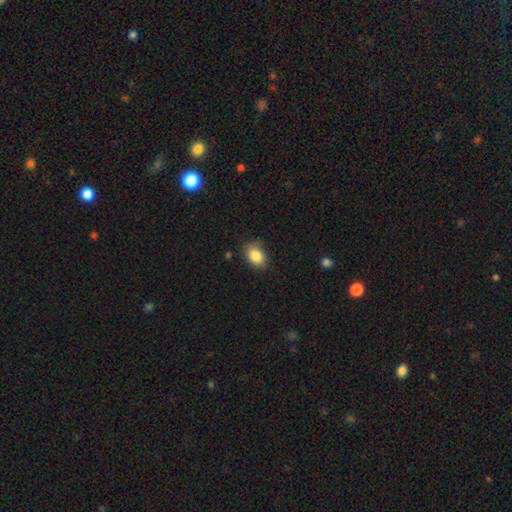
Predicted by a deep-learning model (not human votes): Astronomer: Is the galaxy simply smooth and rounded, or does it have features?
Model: smooth — 85%.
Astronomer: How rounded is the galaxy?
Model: in between — 75%.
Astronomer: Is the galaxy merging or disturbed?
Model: none — 75%.